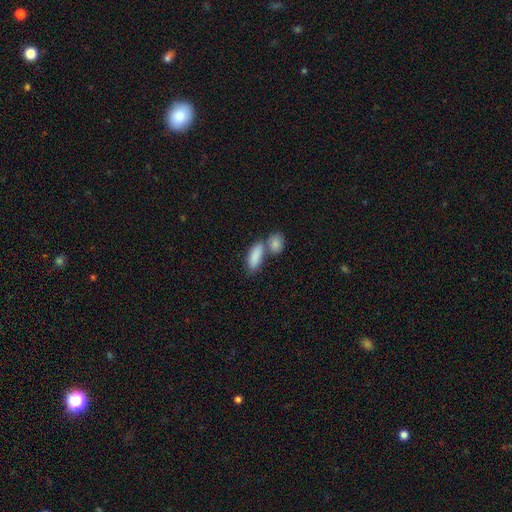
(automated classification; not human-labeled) The model was most divided on "merging": merger: 45%, none: 40%, minor disturbance: 11%, major disturbance: 4%. More confident: smooth or featured — smooth (87%); how rounded — in between (79%).